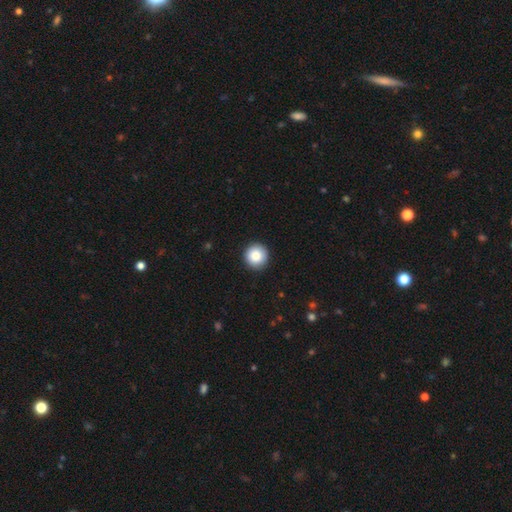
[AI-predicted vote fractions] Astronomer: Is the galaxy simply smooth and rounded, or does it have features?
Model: smooth — 86%.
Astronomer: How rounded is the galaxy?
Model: round — 96%.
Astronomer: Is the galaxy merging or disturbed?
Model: none — 92%.